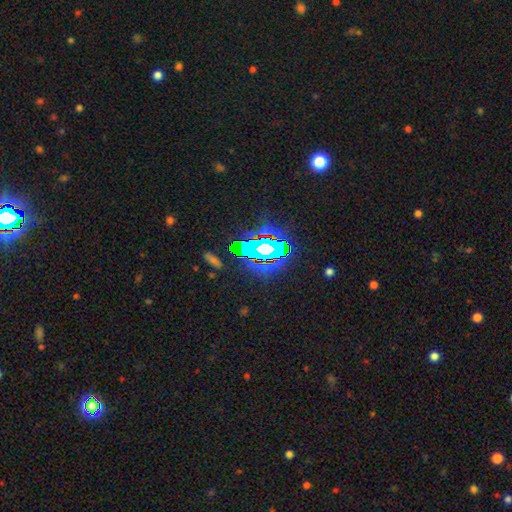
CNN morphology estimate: This appears to be a star or artifact, not a galaxy (68%).